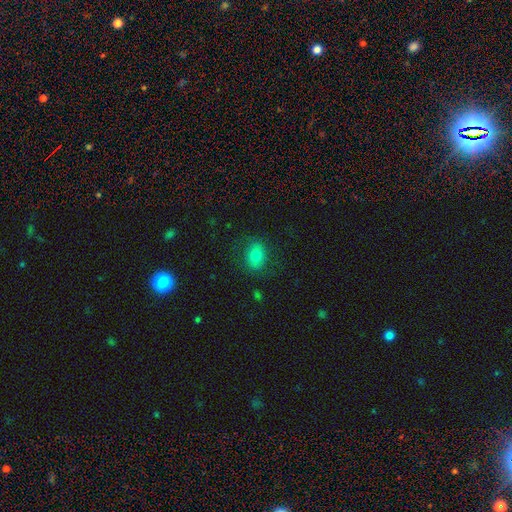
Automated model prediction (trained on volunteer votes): The model was most divided on "how rounded": in between: 57%, round: 42%, cigar-shaped: 1%. More confident: merging — none (78%); smooth or featured — smooth (71%).